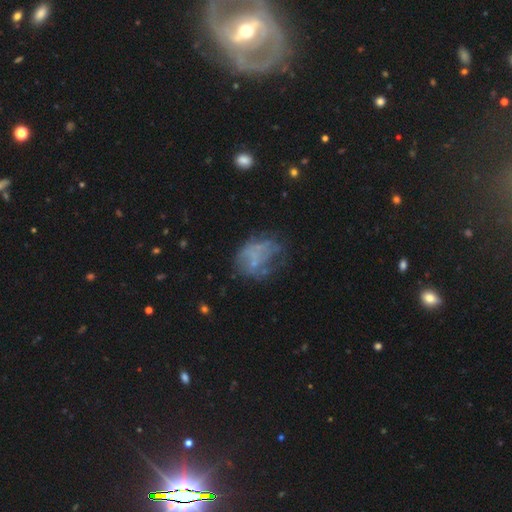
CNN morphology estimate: Overall: featured or disk (47%; smooth 37%). Merging: none (38%; major disturbance 31%).